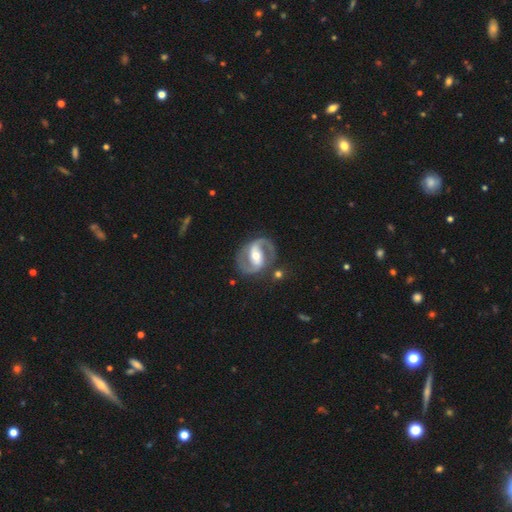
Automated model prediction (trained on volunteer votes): Smooth or featured?
  - featured or disk: 88% *
  - smooth: 8%
  - star or artifact: 4%
Edge-on disk?
  - no: 97% *
  - yes: 3%
Bar?
  - strong: 51% *
  - weak: 32%
  - no: 17%
Spiral arms?
  - yes: 93% *
  - no: 7%
Spiral winding?
  - medium: 56% *
  - tight: 26%
  - loose: 18%
Spiral arm count?
  - 2: 91% *
  - can't tell: 3%
  - 1: 3%
  - 3: 1%
  - 4: 1%
  - more than 4: 1%
Bulge size?
  - moderate: 66% *
  - small: 24%
  - large: 8%
  - none: 1%
  - dominant: 1%
Merging?
  - none: 79% *
  - minor disturbance: 12%
  - major disturbance: 6%
  - merger: 3%